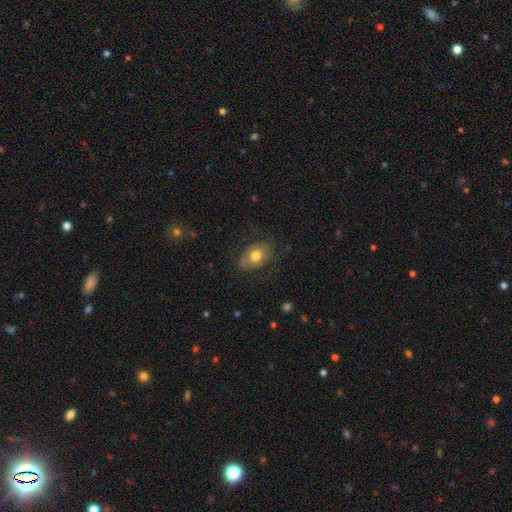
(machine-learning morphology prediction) smooth 59%, featured or disk 33%, star or artifact 8%. Down the decision tree: how rounded — in between (76%); merging — none (66%).